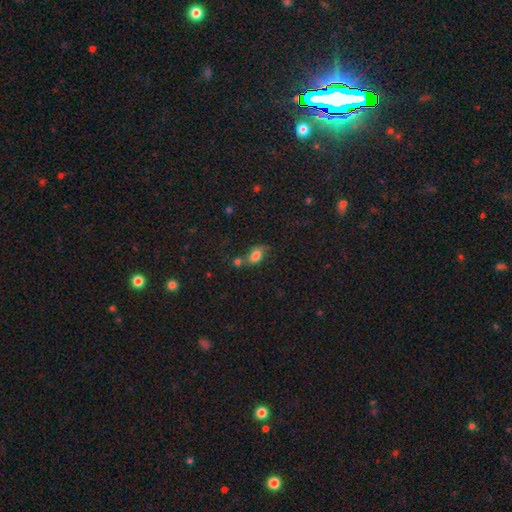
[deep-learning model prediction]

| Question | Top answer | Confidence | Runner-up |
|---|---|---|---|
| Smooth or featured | smooth | 79% | featured or disk (11%) |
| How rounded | in between | 76% | round (21%) |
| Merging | none | 42% | merger (31%) |